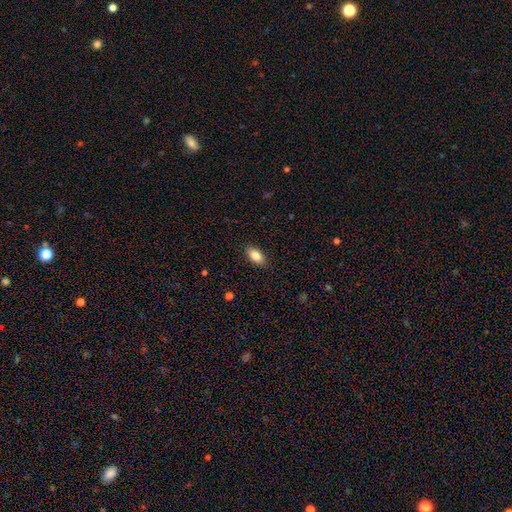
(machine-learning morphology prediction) Q: Smooth or featured?
A: smooth (85%); runner-up: featured or disk (8%)
Q: How rounded?
A: in between (91%); runner-up: round (5%)
Q: Merging?
A: none (88%); runner-up: minor disturbance (9%)